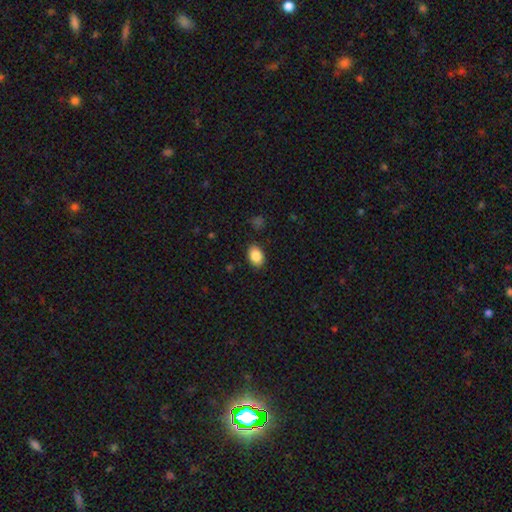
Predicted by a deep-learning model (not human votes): A smooth galaxy with no disk features (87%) that is in between round and cigar-shaped (80%). Merging: none (87%).